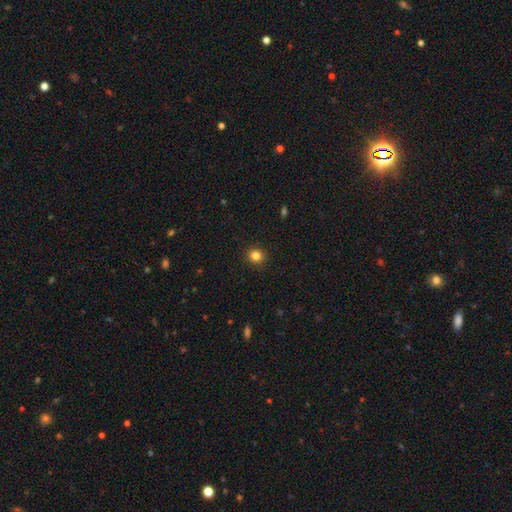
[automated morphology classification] smooth-or-featured: smooth: 83% | star or artifact: 13% | featured or disk: 5%
  how-rounded: round: 87% | in between: 12% | cigar-shaped: 1%
  merging: none: 91% | minor disturbance: 6% | major disturbance: 2% | merger: 1%